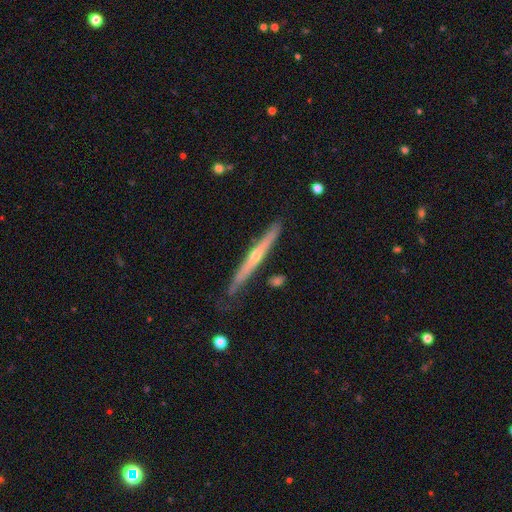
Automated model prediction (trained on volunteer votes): featured or disk 67%, smooth 27%, star or artifact 5%. Down the decision tree: edge-on disk — yes (96%); edge-on bulge — rounded (66%); merging — none (77%).